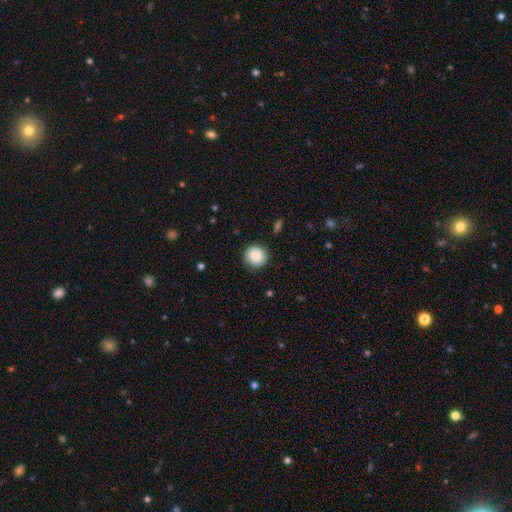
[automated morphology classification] Smooth or featured? smooth (82%)
How rounded? round (92%)
Merging? none (86%)